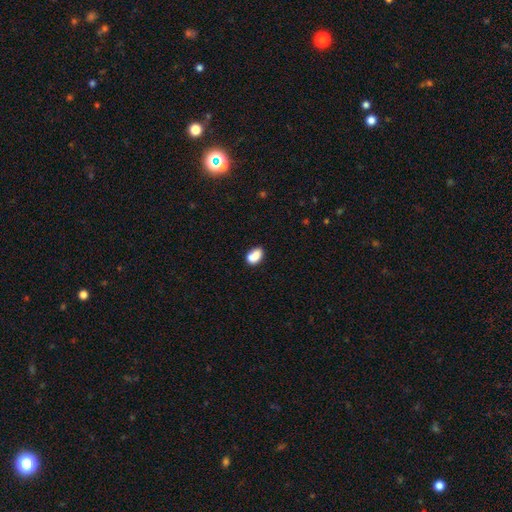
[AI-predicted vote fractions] Overall: smooth (78%). How rounded: in between (81%). Merging: none (42%; merger 38%).